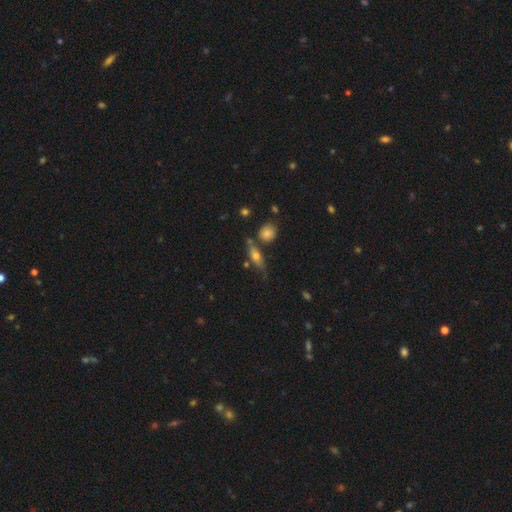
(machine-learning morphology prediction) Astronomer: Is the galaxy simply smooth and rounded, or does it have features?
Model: smooth — 59%.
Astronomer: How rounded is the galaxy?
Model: in between — 56% (runner-up: cigar-shaped, 38%).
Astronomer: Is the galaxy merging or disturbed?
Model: none — 62%.